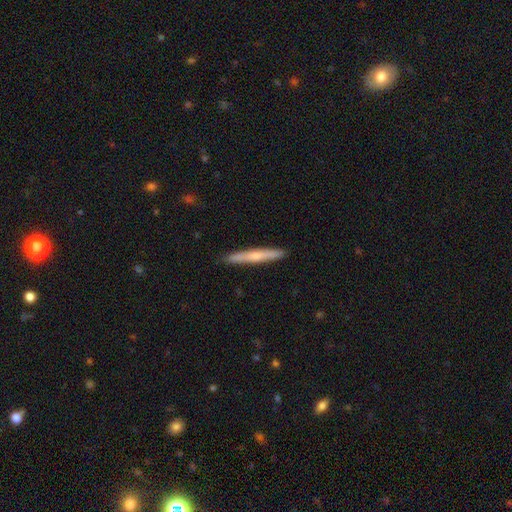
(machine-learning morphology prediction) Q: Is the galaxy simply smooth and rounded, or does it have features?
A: smooth — 54%.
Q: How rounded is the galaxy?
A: cigar-shaped — 96%.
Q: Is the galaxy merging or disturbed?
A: none — 91%.